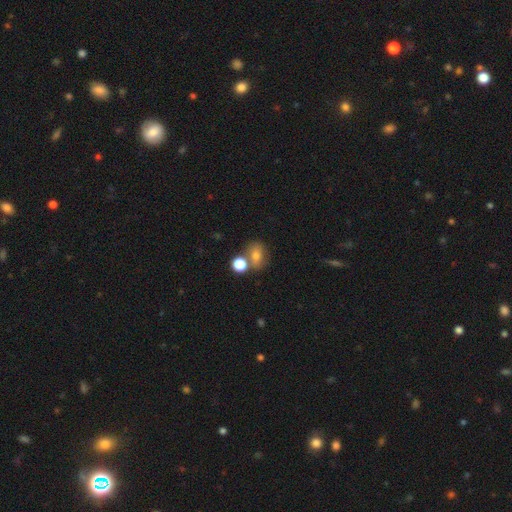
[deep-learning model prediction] Smooth or featured? smooth (74%)
How rounded? in between (56%)
Merging? none (52%)